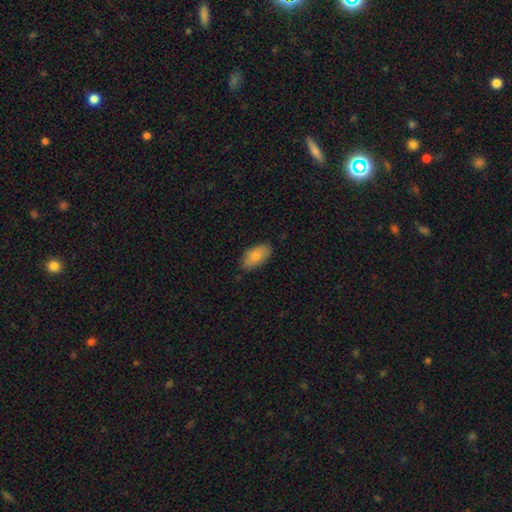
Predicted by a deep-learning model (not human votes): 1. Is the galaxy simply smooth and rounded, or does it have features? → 82% smooth, 11% featured or disk, 6% star or artifact.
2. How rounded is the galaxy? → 93% in between, 4% cigar-shaped, 3% round.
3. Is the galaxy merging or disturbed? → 84% none, 12% minor disturbance, 2% major disturbance, 1% merger.